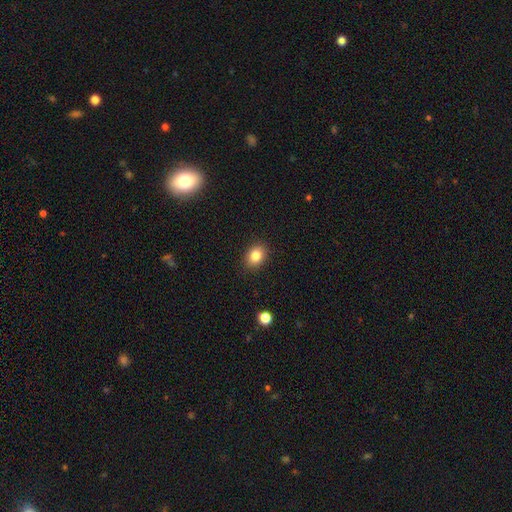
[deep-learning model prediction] Overall: smooth (84%). How rounded: in between (61%; round 38%). Merging: none (89%).